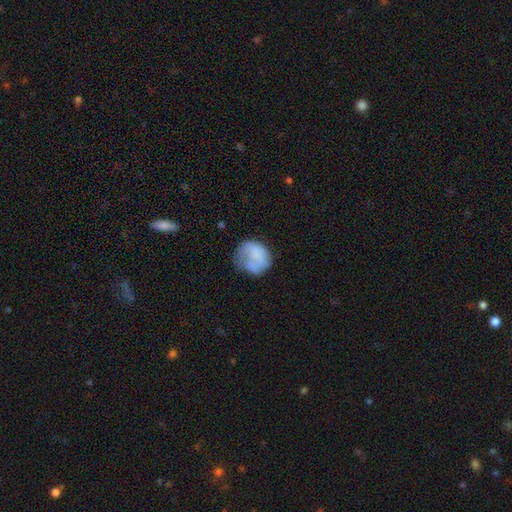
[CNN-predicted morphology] Smooth or featured? smooth (69%)
How rounded? round (74%)
Merging? none (43%)